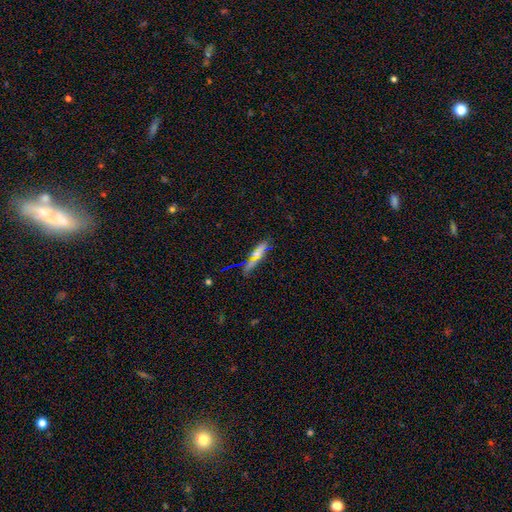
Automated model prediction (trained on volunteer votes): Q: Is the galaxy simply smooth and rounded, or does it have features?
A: smooth — 60%.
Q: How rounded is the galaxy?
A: cigar-shaped — 60%.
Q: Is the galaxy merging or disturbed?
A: none — 80%.